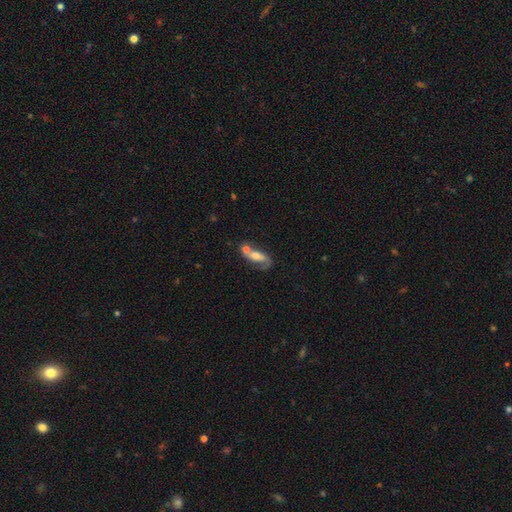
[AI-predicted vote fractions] A featured or disk galaxy (51%).

Vote fractions:
- Smooth or featured? featured or disk: 51% / smooth: 40% / star or artifact: 9%
- Edge-on disk? no: 88% / yes: 12%
- Merging? merger: 42% / none: 28% / major disturbance: 16% / minor disturbance: 14%